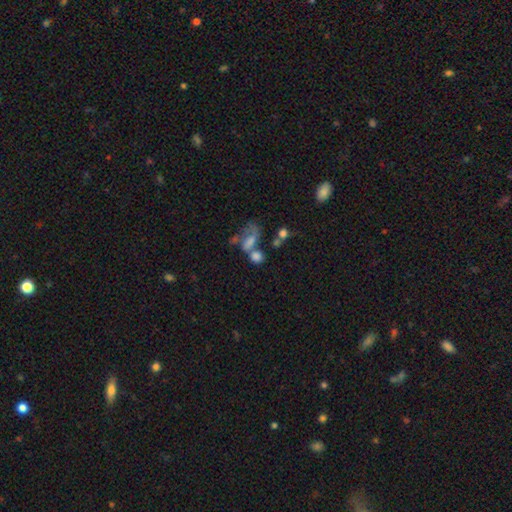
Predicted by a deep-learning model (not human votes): Overall: smooth (70%). How rounded: in between (55%; round 42%). Merging: merger (45%; none 28%).